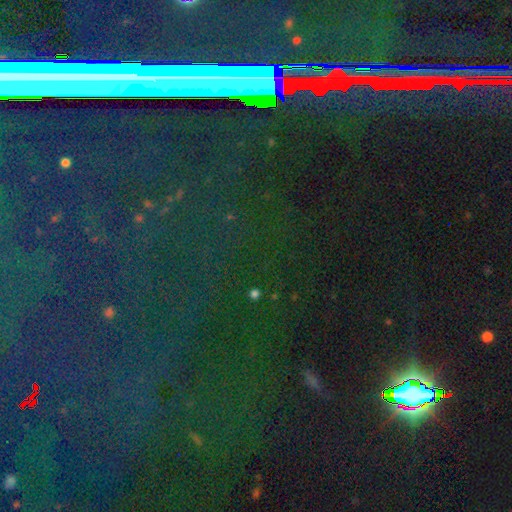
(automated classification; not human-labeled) Q: Smooth or featured?
A: star or artifact (81%); runner-up: smooth (11%)